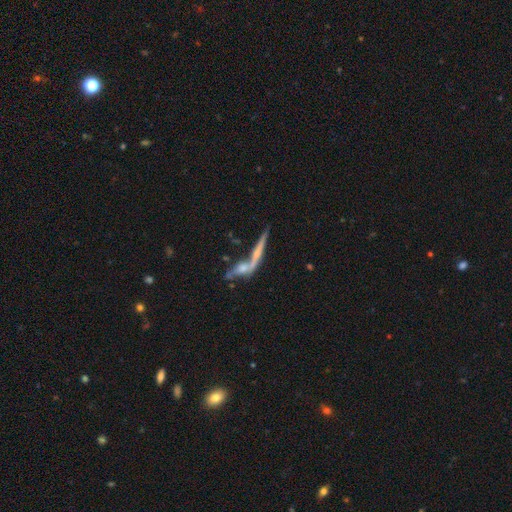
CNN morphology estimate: Smooth or featured?
  - featured or disk: 57% *
  - smooth: 31%
  - star or artifact: 12%
Edge-on disk?
  - yes: 69% *
  - no: 31%
Merging?
  - merger: 47% *
  - none: 32%
  - major disturbance: 11%
  - minor disturbance: 10%